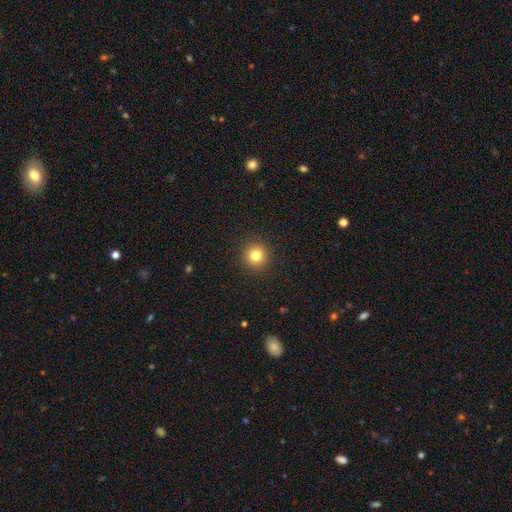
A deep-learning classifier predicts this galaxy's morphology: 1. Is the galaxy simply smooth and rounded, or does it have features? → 81% smooth, 12% star or artifact, 7% featured or disk.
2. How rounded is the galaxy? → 94% round, 5% in between, 1% cigar-shaped.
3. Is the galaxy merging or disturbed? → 92% none, 5% minor disturbance, 2% major disturbance, 1% merger.